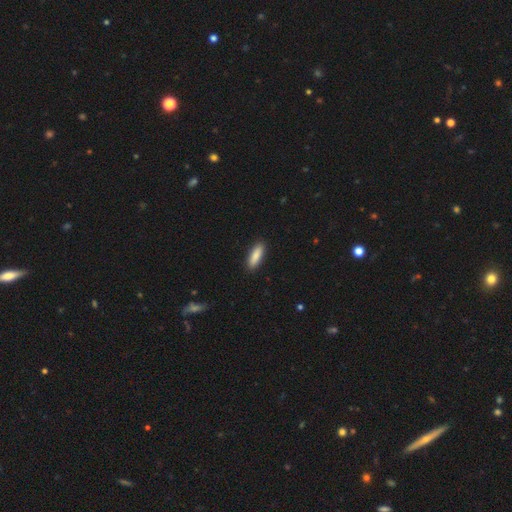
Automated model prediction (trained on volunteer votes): smooth-or-featured: smooth: 88% | featured or disk: 7% | star or artifact: 6%
  how-rounded: in between: 52% | cigar-shaped: 46% | round: 2%
  merging: none: 90% | minor disturbance: 7% | major disturbance: 2% | merger: 1%